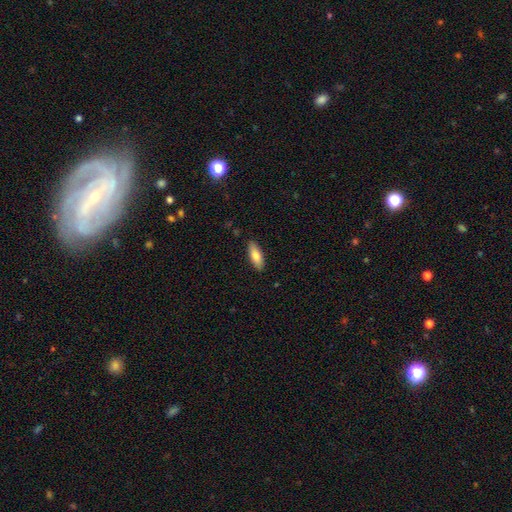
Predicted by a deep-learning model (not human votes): Smooth or featured? Predicted: smooth (p=0.79). How rounded? Predicted: in between (p=0.65). Merging? Predicted: none (p=0.88).